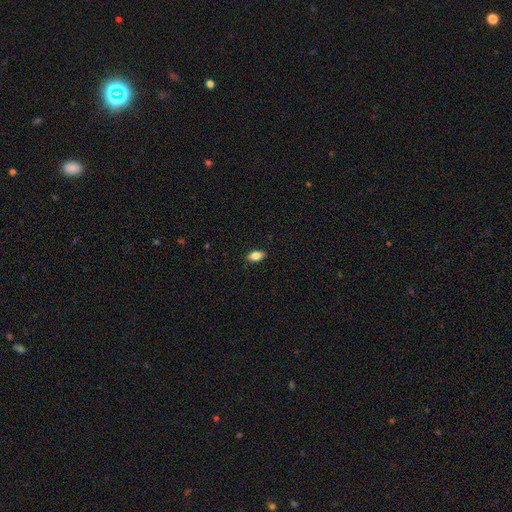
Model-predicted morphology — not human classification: Smooth or featured? smooth (83%)
How rounded? in between (89%)
Merging? none (88%)